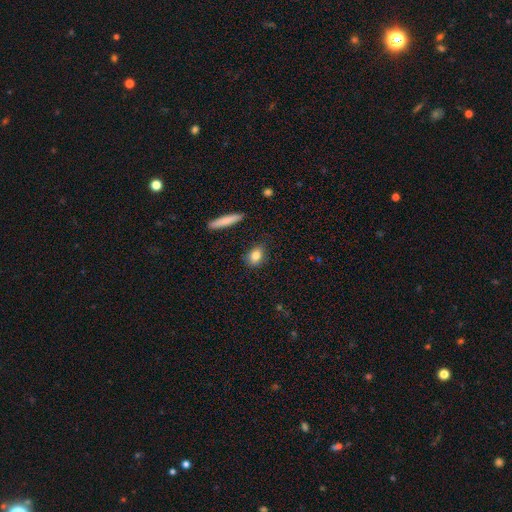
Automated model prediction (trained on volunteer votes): A smooth galaxy with no disk features (83%) that is in between round and cigar-shaped (58%). Merging: none (84%).